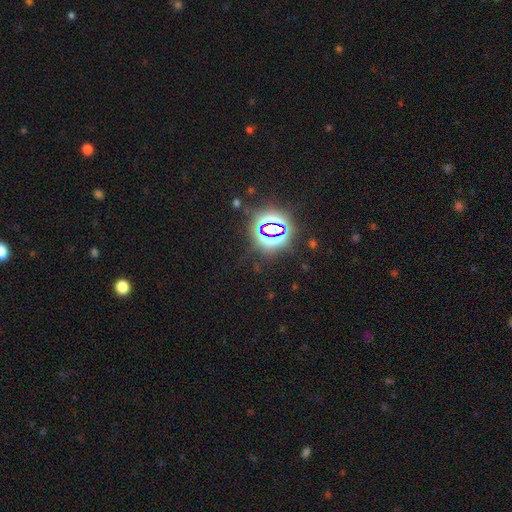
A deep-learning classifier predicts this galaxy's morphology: This is clearly a star or artifact rather than a galaxy (83%).